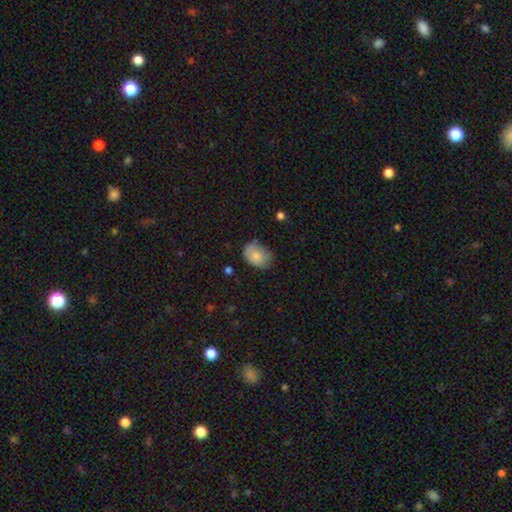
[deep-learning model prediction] smooth_or_featured: smooth (p=0.80) [alt: featured or disk p=0.13]
how_rounded: in between (p=0.74) [alt: round p=0.25]
merging: none (p=0.57) [alt: minor disturbance p=0.32]